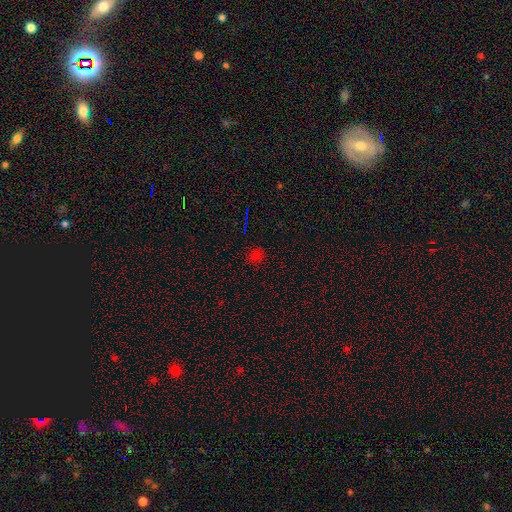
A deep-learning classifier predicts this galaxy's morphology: Overall: smooth (60%; star or artifact 34%). How rounded: round (74%). Merging: none (84%).